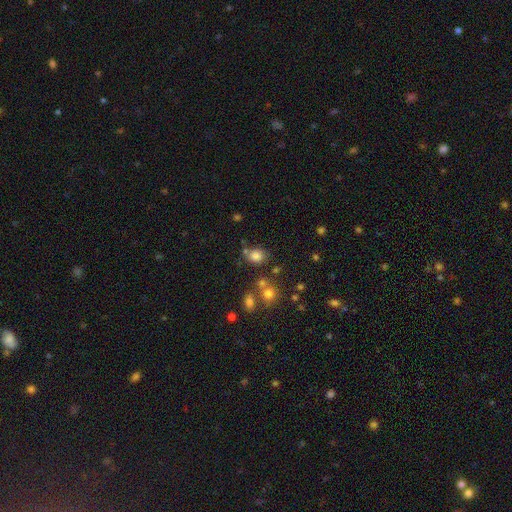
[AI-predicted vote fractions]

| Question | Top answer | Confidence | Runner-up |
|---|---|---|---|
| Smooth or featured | smooth | 78% | star or artifact (15%) |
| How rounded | round | 58% | in between (41%) |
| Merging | none | 67% | minor disturbance (14%) |